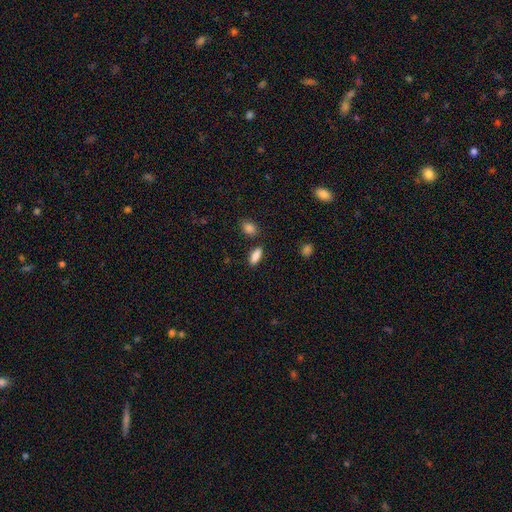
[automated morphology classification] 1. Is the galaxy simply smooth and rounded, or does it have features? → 86% smooth, 8% star or artifact, 6% featured or disk.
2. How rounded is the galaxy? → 62% in between, 35% cigar-shaped, 3% round.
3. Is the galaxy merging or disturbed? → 82% none, 10% minor disturbance, 5% merger, 3% major disturbance.